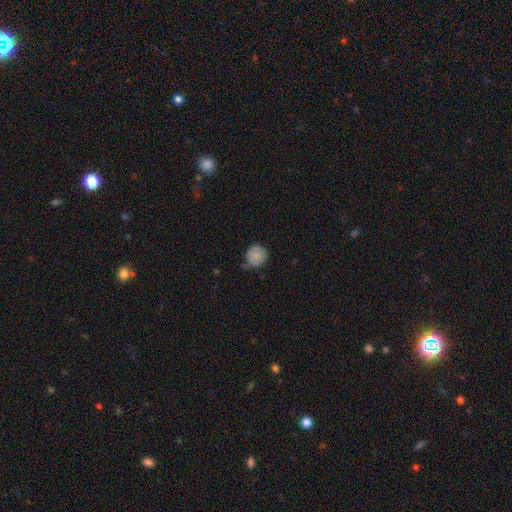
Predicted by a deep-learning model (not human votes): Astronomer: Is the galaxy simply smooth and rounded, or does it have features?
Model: smooth — 86%.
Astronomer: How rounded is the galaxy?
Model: round — 91%.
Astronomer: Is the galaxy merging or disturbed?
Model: none — 73%.